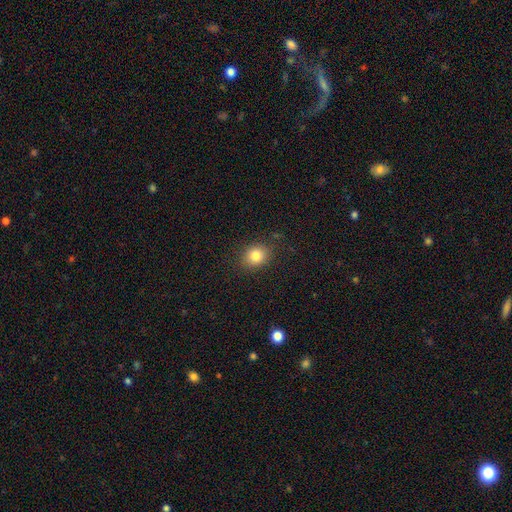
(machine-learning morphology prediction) type=smooth (81%); roundness=round (63%); merging=none (85%).